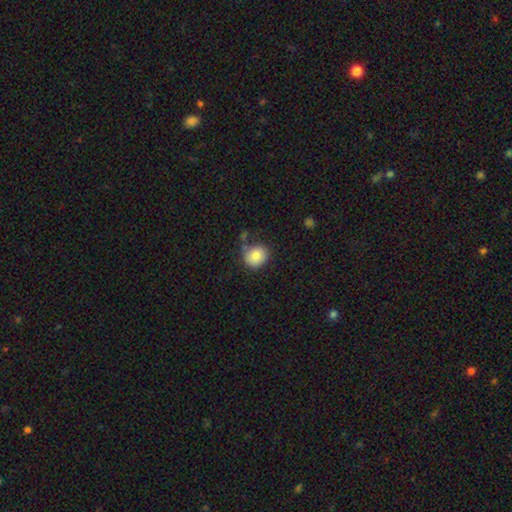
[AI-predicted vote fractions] A smooth galaxy with no disk features (82%) that is round (75%).

Vote fractions:
- Smooth or featured? smooth: 82% / featured or disk: 9% / star or artifact: 9%
- How rounded? round: 75% / in between: 24% / cigar-shaped: 1%
- Merging? none: 68% / minor disturbance: 19% / merger: 7% / major disturbance: 5%